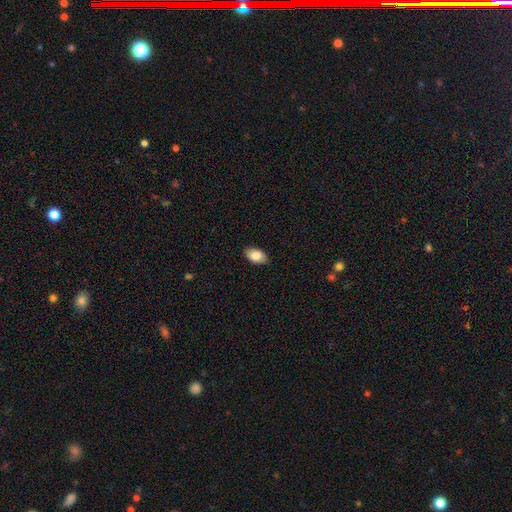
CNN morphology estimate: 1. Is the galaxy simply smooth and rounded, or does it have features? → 85% smooth, 8% featured or disk, 7% star or artifact.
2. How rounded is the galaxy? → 93% in between, 5% round, 2% cigar-shaped.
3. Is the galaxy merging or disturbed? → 87% none, 10% minor disturbance, 2% major disturbance, 1% merger.